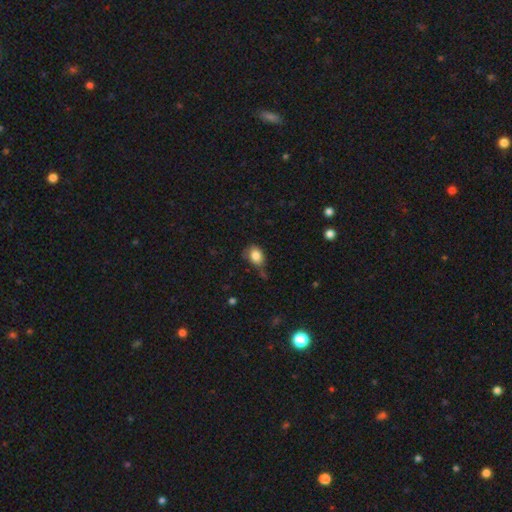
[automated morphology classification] The model was most divided on "merging": none: 53%, minor disturbance: 32%, major disturbance: 9%, merger: 6%. More confident: smooth or featured — smooth (84%); how rounded — in between (68%).